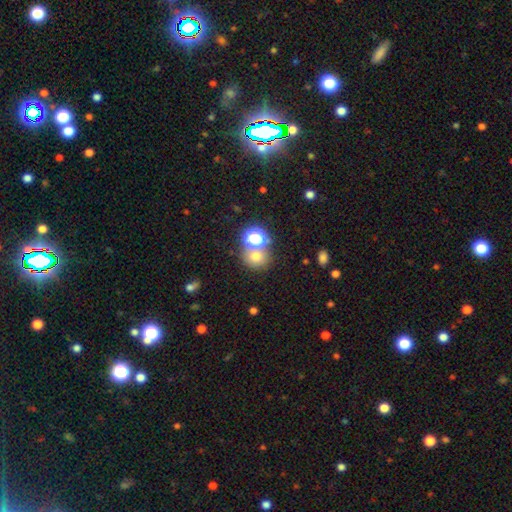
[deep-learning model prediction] Overall: smooth (68%). How rounded: round (78%). Merging: none (56%; merger 30%).